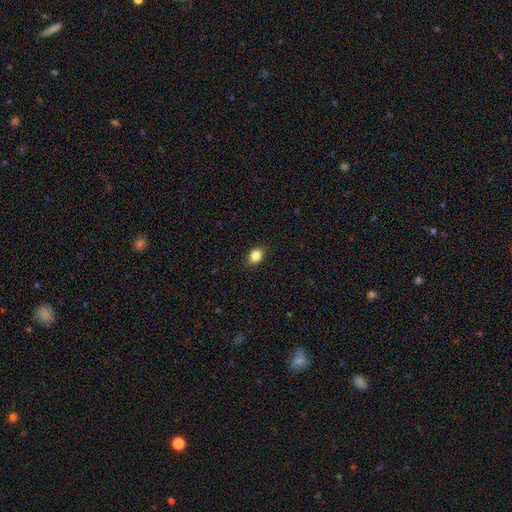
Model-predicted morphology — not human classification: smooth 84%, star or artifact 9%, featured or disk 6%. Down the decision tree: how rounded — in between (70%); merging — none (88%).